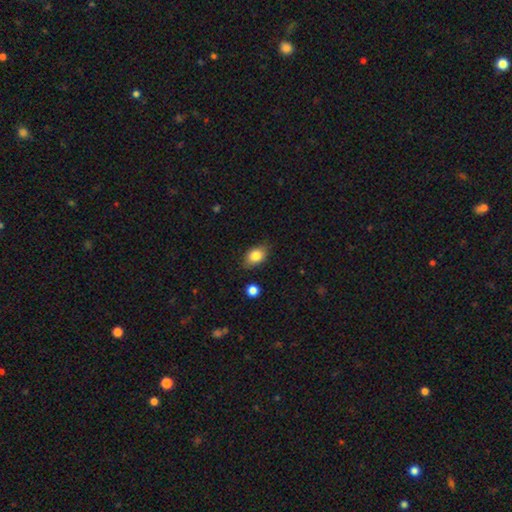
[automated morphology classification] Smooth or featured?
  - smooth: 83% *
  - featured or disk: 9%
  - star or artifact: 8%
How rounded?
  - in between: 80% *
  - round: 18%
  - cigar-shaped: 2%
Merging?
  - none: 79% *
  - minor disturbance: 16%
  - major disturbance: 3%
  - merger: 2%